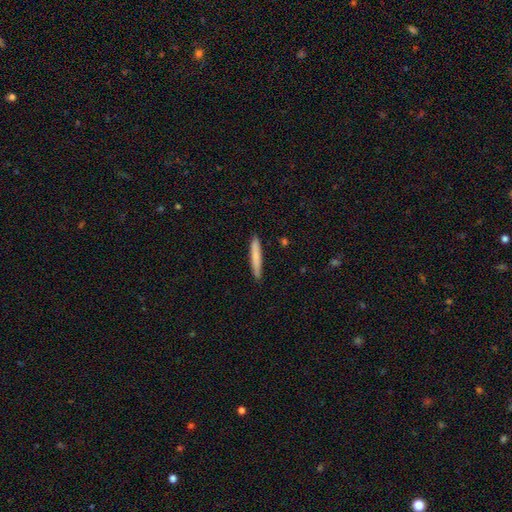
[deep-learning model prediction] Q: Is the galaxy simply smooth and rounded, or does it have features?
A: smooth — 78%.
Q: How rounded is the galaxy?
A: cigar-shaped — 94%.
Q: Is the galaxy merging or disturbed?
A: none — 88%.